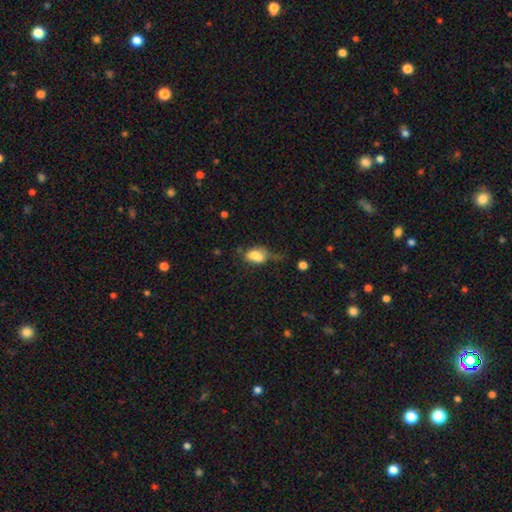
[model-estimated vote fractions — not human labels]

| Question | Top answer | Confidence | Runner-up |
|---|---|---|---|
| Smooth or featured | smooth | 72% | featured or disk (18%) |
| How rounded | in between | 83% | round (13%) |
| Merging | minor disturbance | 31% | none (30%) |